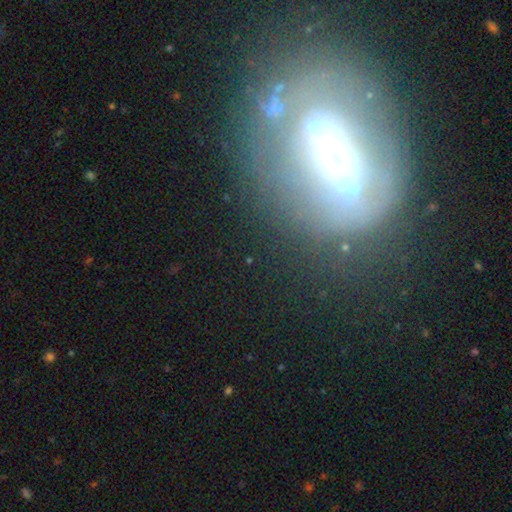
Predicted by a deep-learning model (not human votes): This is likely a featured or disk galaxy (62%). It is likely not viewed edge-on (70%). Merging: likely none (61%).